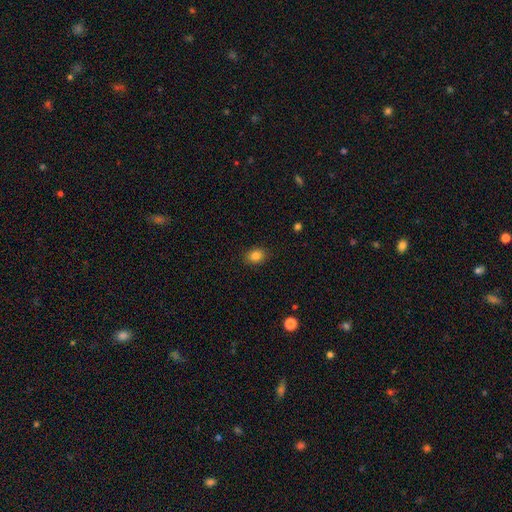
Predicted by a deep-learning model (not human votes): Smooth or featured? smooth (84%)
How rounded? in between (61%)
Merging? none (88%)